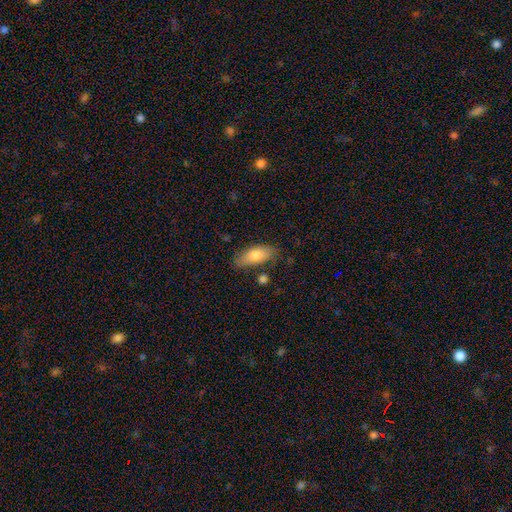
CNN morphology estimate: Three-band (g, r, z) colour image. It shows a smooth galaxy with no disk features (77%) that is in between round and cigar-shaped (80%). Merging: none (76%).